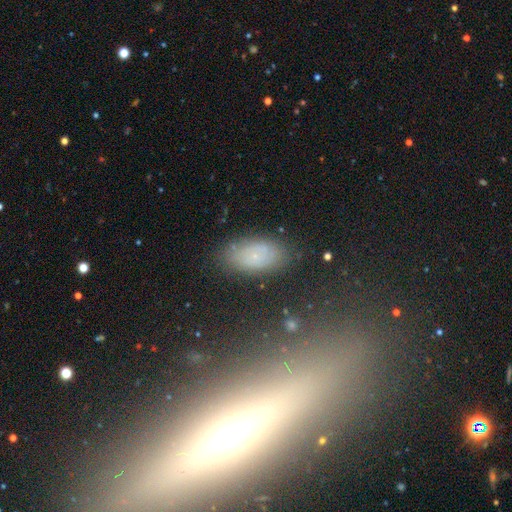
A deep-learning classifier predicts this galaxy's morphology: Smooth or featured?
  - smooth: 54% *
  - featured or disk: 29%
  - star or artifact: 17%
How rounded?
  - in between: 92% *
  - round: 4%
  - cigar-shaped: 4%
Merging?
  - none: 81% *
  - minor disturbance: 13%
  - major disturbance: 4%
  - merger: 2%